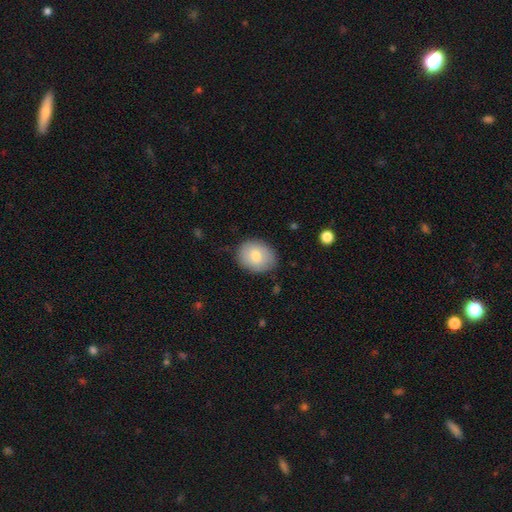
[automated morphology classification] smooth-or-featured: smooth: 77% | featured or disk: 16% | star or artifact: 7%
  how-rounded: round: 57% | in between: 43% | cigar-shaped: 1%
  merging: none: 82% | minor disturbance: 14% | major disturbance: 3% | merger: 1%